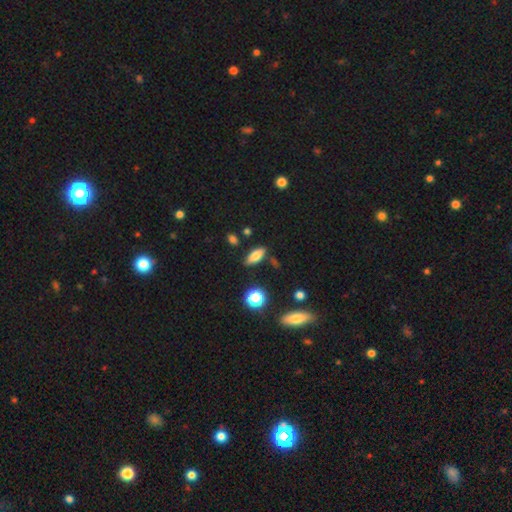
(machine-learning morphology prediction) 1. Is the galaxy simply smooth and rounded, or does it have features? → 72% smooth, 18% featured or disk, 10% star or artifact.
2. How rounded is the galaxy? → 70% in between, 25% cigar-shaped, 5% round.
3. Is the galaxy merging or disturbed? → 81% none, 13% minor disturbance, 4% merger, 3% major disturbance.